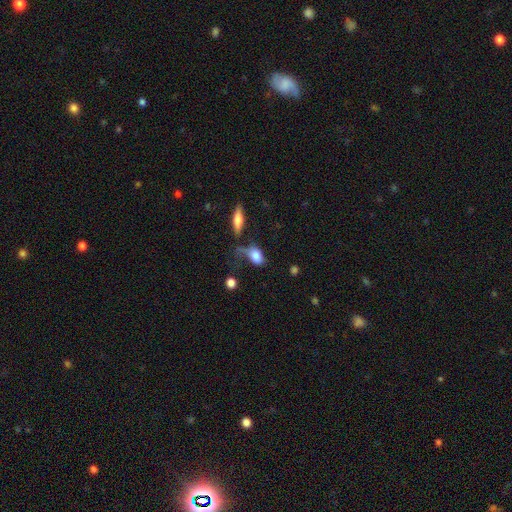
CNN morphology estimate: Overall: smooth (77%). How rounded: in between (83%). Merging: major disturbance (31%; none 28%).